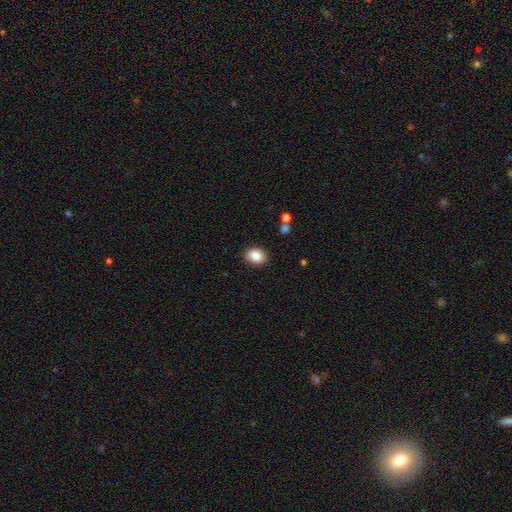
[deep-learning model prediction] A smooth galaxy with no disk features (85%) that is in between round and cigar-shaped (61%). Merging: none (89%).